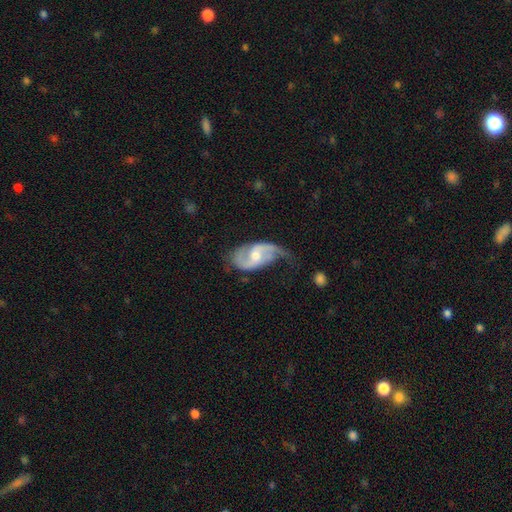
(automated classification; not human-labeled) Q: Smooth or featured?
A: featured or disk (83%); runner-up: smooth (13%)
Q: Edge-on disk?
A: no (96%); runner-up: yes (4%)
Q: Bar?
A: weak (48%); runner-up: no (35%)
Q: Spiral arms?
A: yes (94%); runner-up: no (6%)
Q: Spiral winding?
A: loose (49%); runner-up: medium (39%)
Q: Spiral arm count?
A: 2 (87%); runner-up: can't tell (5%)
Q: Bulge size?
A: moderate (62%); runner-up: small (32%)
Q: Merging?
A: none (47%); runner-up: minor disturbance (32%)